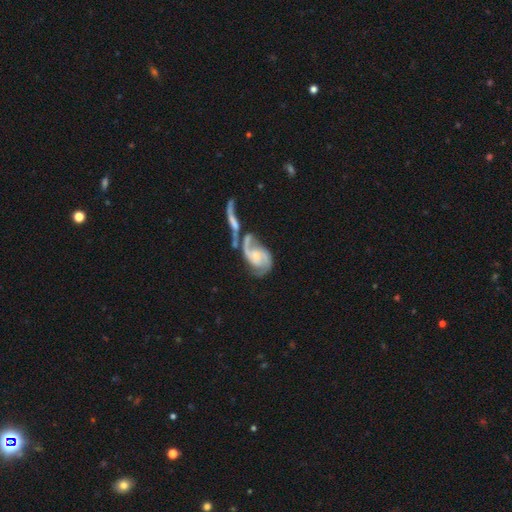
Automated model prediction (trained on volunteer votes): Smooth or featured? Predicted: featured or disk (p=0.86). Edge-on disk? Predicted: no (p=0.97). Bar? Predicted: no (p=0.53). Spiral arms? Predicted: yes (p=0.95). Spiral winding? Predicted: medium (p=0.46). Spiral arm count? Predicted: 2 (p=0.82). Bulge size? Predicted: small (p=0.49). Merging? Predicted: merger (p=0.46).